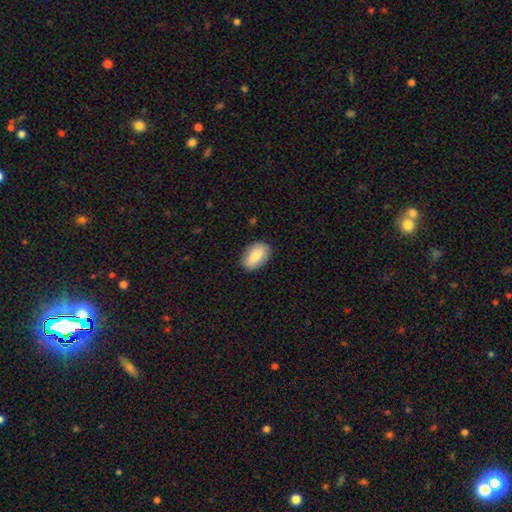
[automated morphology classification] This is clearly a smooth galaxy (81%). How rounded: clearly in between (90%). Merging: clearly none (86%).